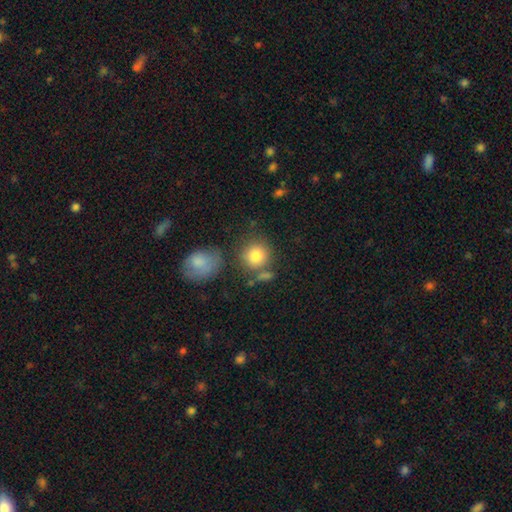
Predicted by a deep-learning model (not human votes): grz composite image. It shows a smooth galaxy with no disk features (83%) that is round (88%). Merging: none (66%).